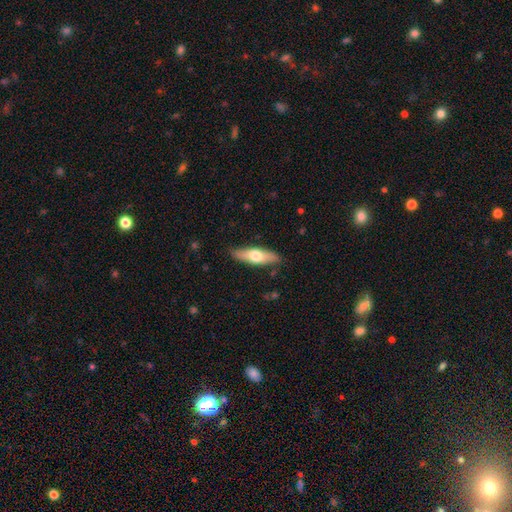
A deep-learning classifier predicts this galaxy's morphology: Overall: smooth (55%; featured or disk 40%). How rounded: cigar-shaped (53%; in between 44%). Merging: none (86%).